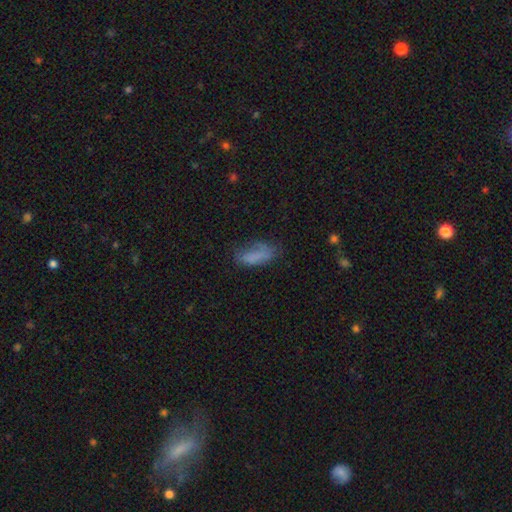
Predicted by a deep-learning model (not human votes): This is likely a smooth galaxy (74%). How rounded: likely in between (79%). Merging: possibly none (46%).